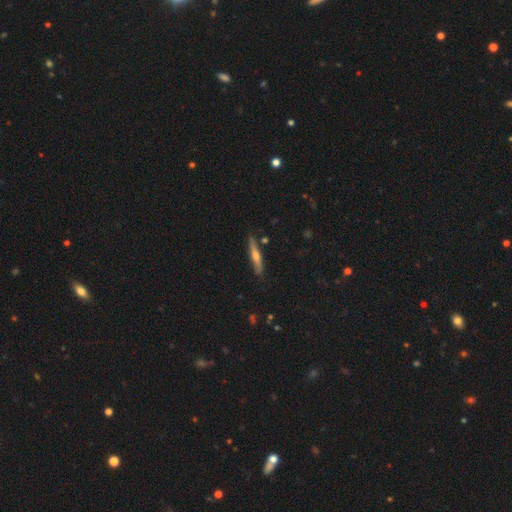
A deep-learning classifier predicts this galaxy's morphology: A featured or disk galaxy (52%) viewed edge-on (94%).

Vote fractions:
- Smooth or featured? featured or disk: 52% / smooth: 42% / star or artifact: 6%
- Edge-on disk? yes: 94% / no: 6%
- Merging? none: 84% / minor disturbance: 11% / merger: 3% / major disturbance: 2%